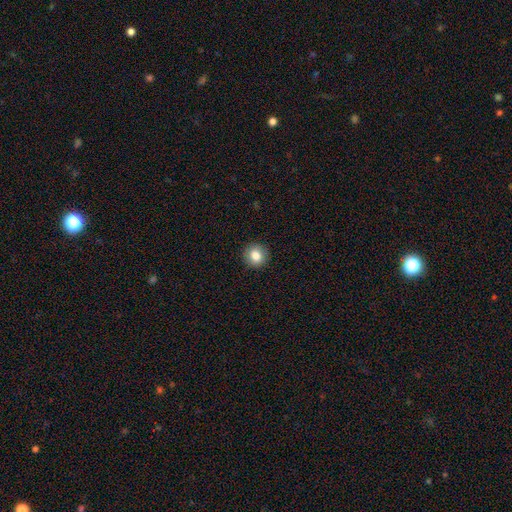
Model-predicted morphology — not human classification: type=smooth (83%); roundness=round (89%); merging=none (91%).